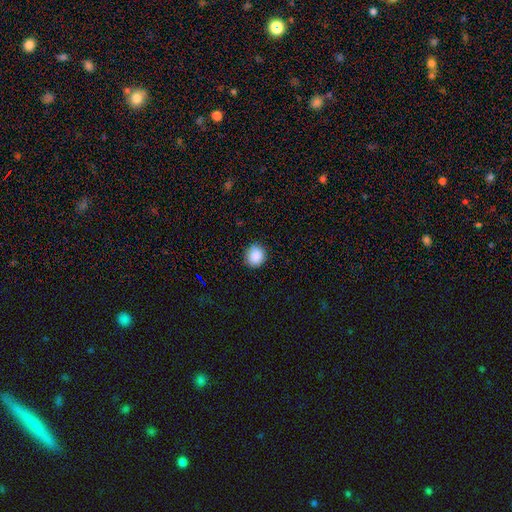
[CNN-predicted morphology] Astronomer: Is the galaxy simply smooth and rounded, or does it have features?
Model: smooth — 88%.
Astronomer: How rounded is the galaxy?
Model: round — 80%.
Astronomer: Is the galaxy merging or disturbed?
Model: none — 88%.